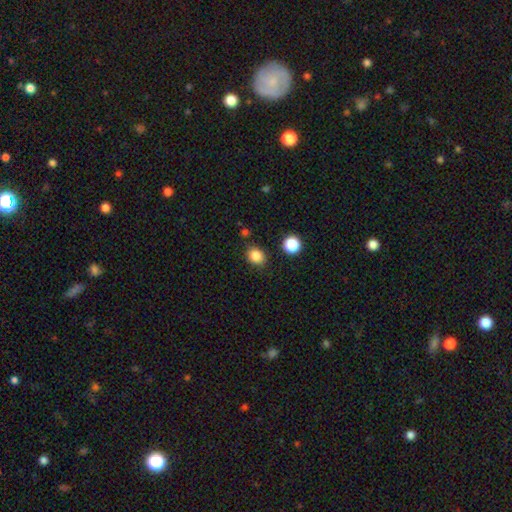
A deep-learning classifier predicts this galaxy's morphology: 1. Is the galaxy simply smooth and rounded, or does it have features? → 85% smooth, 11% star or artifact, 4% featured or disk.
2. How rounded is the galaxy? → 60% round, 39% in between, 1% cigar-shaped.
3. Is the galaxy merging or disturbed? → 82% none, 11% minor disturbance, 3% merger, 3% major disturbance.